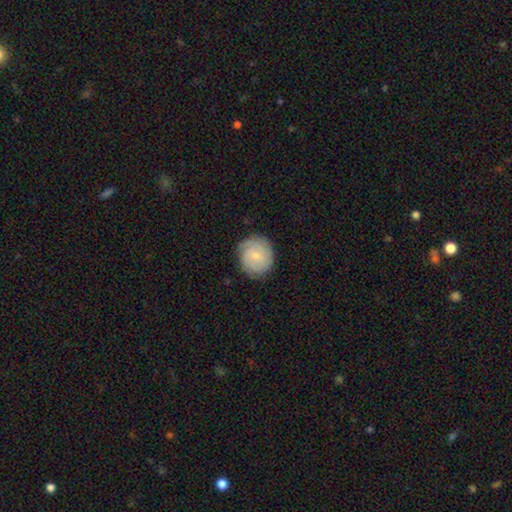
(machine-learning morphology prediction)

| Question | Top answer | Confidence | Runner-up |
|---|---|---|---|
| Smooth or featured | smooth | 61% | featured or disk (33%) |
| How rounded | round | 87% | in between (12%) |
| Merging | none | 80% | minor disturbance (15%) |